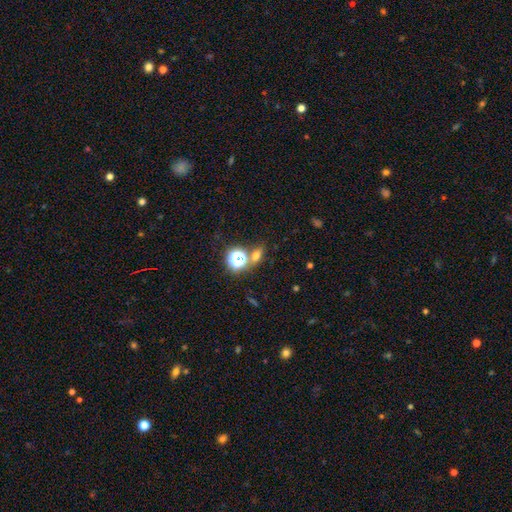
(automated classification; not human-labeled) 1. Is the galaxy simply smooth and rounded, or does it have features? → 56% smooth, 32% star or artifact, 12% featured or disk.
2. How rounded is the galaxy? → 55% in between, 39% round, 6% cigar-shaped.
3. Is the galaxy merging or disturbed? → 69% none, 17% merger, 10% minor disturbance, 4% major disturbance.